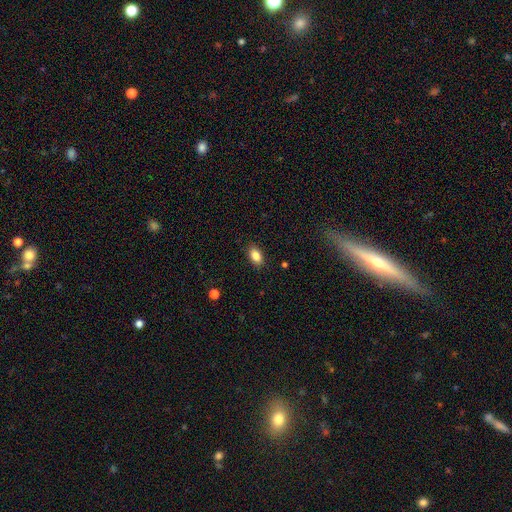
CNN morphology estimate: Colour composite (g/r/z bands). It shows a smooth galaxy with no disk features (86%) that is in between round and cigar-shaped (89%). Merging: none (88%).